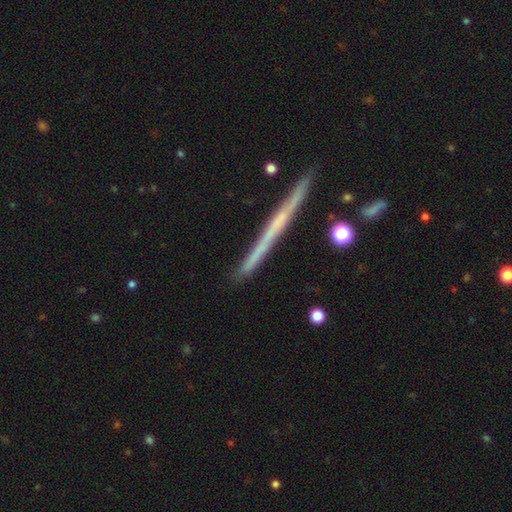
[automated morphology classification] Smooth or featured? featured or disk (51%)
Edge-on disk? yes (96%)
Merging? none (84%)